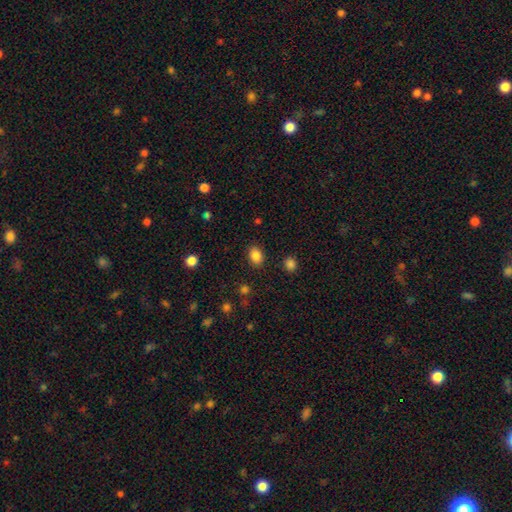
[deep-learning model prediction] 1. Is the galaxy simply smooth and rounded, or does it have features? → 86% smooth, 10% star or artifact, 4% featured or disk.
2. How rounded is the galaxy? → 69% in between, 30% round, 1% cigar-shaped.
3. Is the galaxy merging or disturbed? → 87% none, 9% minor disturbance, 3% major disturbance, 2% merger.